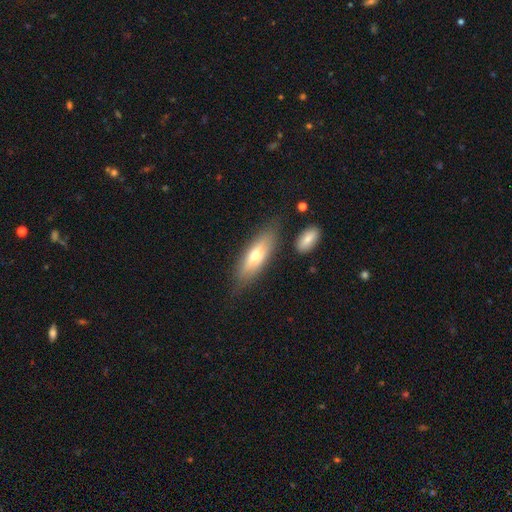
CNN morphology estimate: Smooth or featured? Predicted: smooth (p=0.53). How rounded? Predicted: cigar-shaped (p=0.50). Merging? Predicted: none (p=0.76).